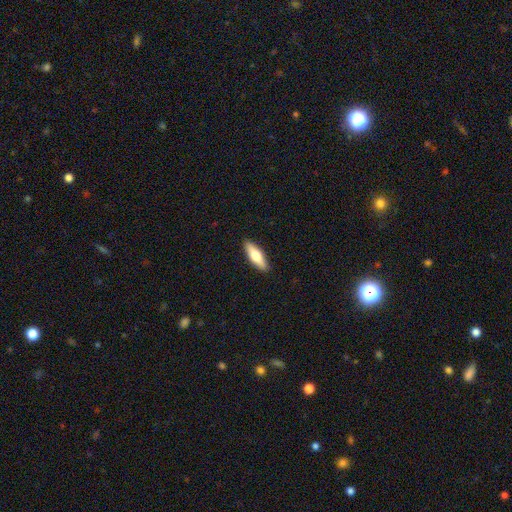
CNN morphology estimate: A smooth galaxy with no disk features (64%) that is cigar-shaped (49%, tied with in between).

Vote fractions:
- Smooth or featured? smooth: 64% / featured or disk: 31% / star or artifact: 5%
- How rounded? cigar-shaped: 49% (tied) / in between: 49% (tied) / round: 2%
- Merging? none: 90% / minor disturbance: 8% / major disturbance: 2% / merger: 1%